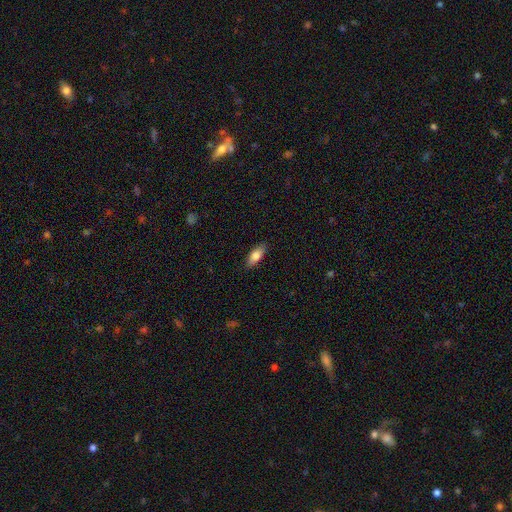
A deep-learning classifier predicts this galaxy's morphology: Smooth or featured? Predicted: smooth (p=0.79). How rounded? Predicted: in between (p=0.77). Merging? Predicted: none (p=0.87).